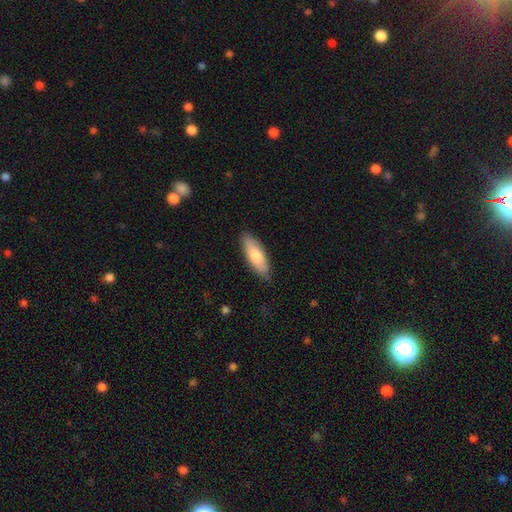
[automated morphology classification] Smooth or featured? Predicted: smooth (p=0.75). How rounded? Predicted: in between (p=0.61). Merging? Predicted: none (p=0.85).